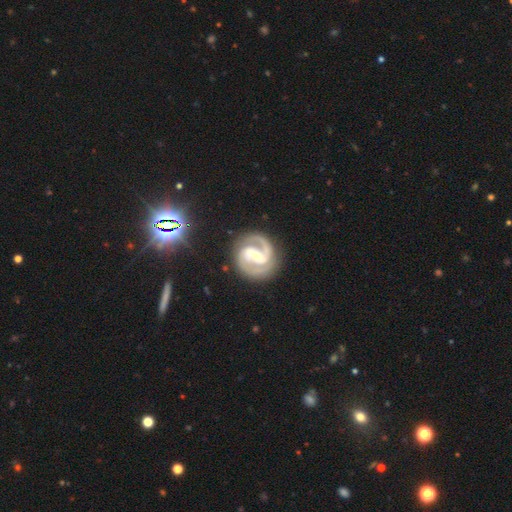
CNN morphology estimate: This appears to be a featured or disk galaxy (91%) with a strong bar (51%), 2 (92%) medium (47%) spiral arms (98%) and a small central bulge (50%). Merging: none (81%).